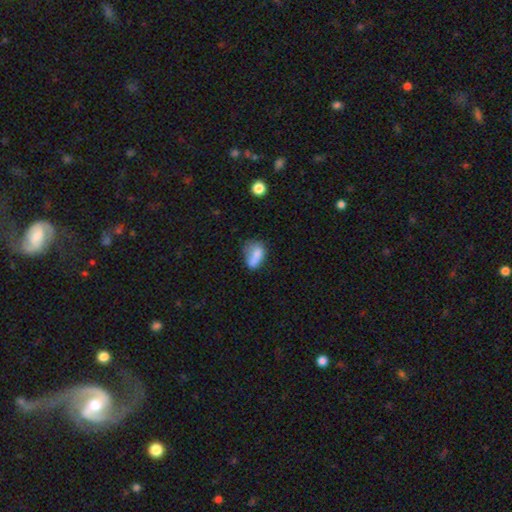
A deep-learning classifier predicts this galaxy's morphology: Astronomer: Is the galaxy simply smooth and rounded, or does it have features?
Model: smooth — 73%.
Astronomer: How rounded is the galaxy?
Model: in between — 78%.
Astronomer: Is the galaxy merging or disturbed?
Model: none — 33% (runner-up: minor disturbance, 29%).